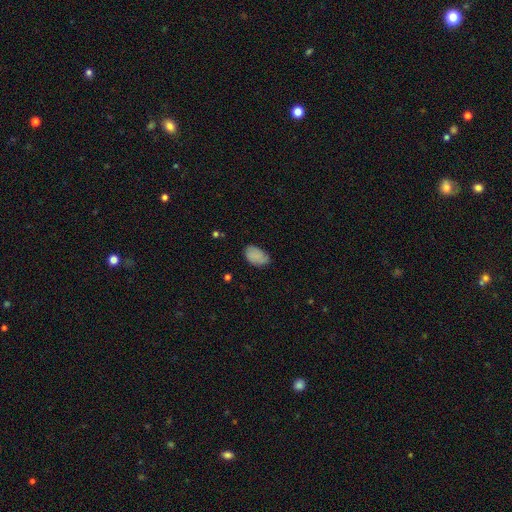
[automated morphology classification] type=smooth (82%); roundness=in between (91%); merging=none (59%).